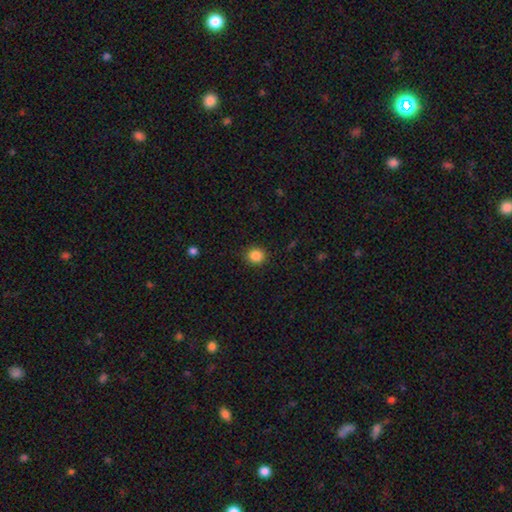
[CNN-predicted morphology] type=smooth (86%); roundness=round (86%); merging=none (90%).